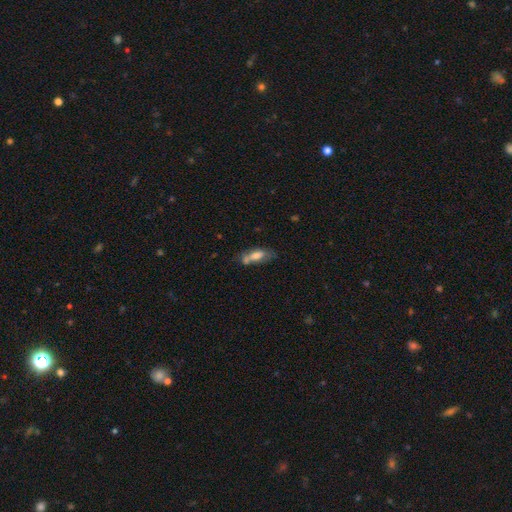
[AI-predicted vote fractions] Morphology: type=smooth (62%); roundness=in between (64%); merging=none (43%).